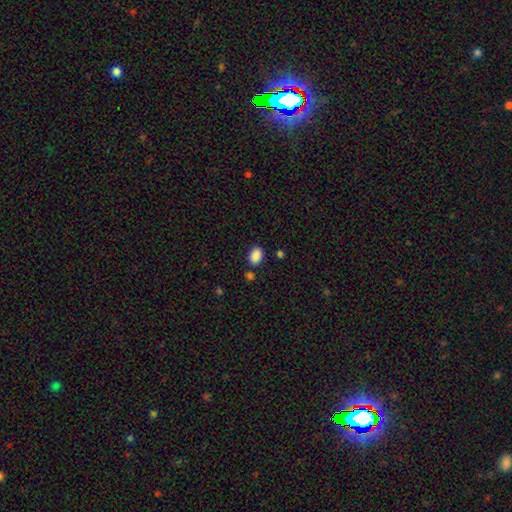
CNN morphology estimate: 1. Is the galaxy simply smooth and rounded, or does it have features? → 88% smooth, 9% star or artifact, 3% featured or disk.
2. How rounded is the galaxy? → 83% in between, 16% round, 1% cigar-shaped.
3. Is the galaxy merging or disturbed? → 79% none, 12% minor disturbance, 6% merger, 3% major disturbance.